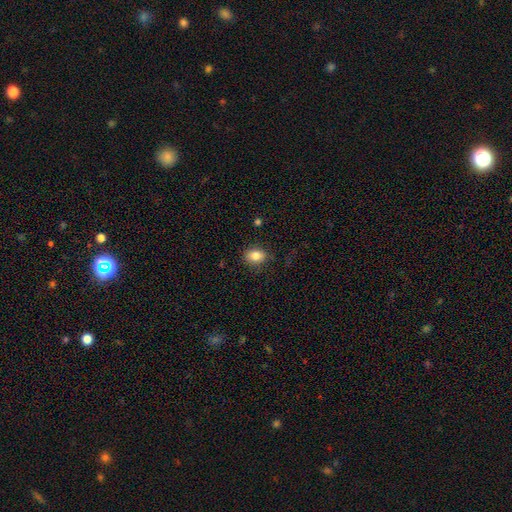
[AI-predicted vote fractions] A smooth galaxy with no disk features (82%) that is in between round and cigar-shaped (69%). Merging: none (82%).